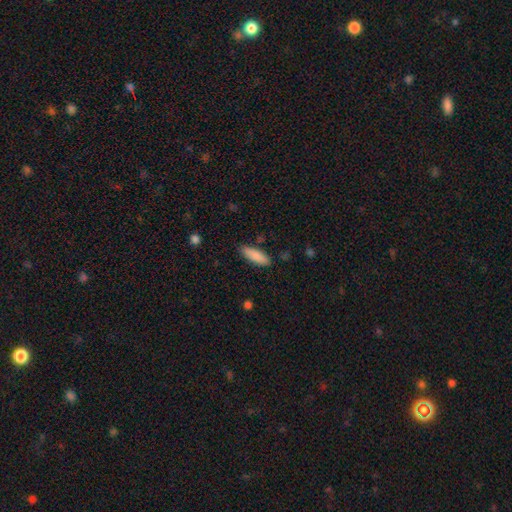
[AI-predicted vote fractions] This is clearly a smooth galaxy (87%). How rounded: possibly in between (53%). Merging: clearly none (86%).